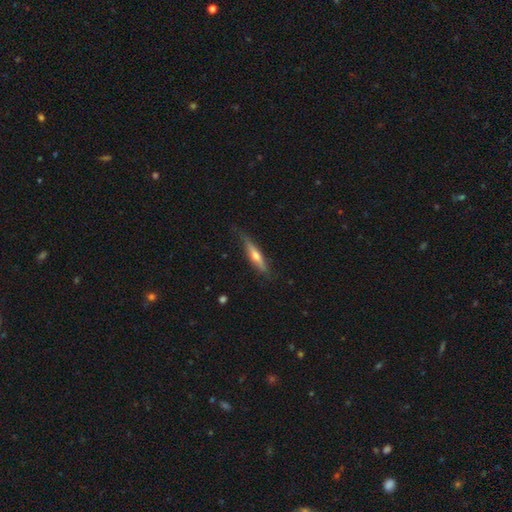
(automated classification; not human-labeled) smooth_or_featured: featured or disk (p=0.51) [alt: smooth p=0.43]
disk_edge_on: yes (p=0.92) [alt: no p=0.08]
merging: none (p=0.77) [alt: minor disturbance p=0.19]